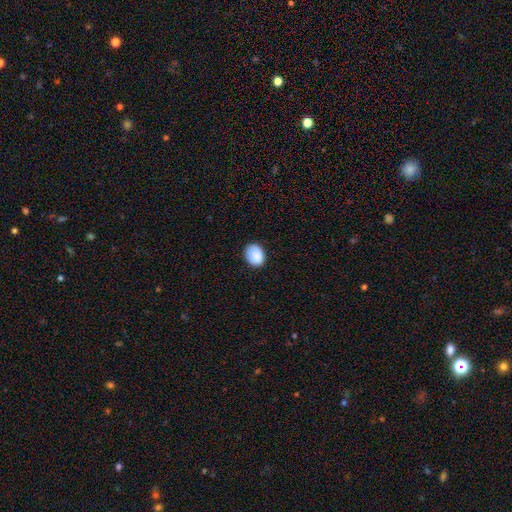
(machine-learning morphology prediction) Smooth or featured?
  - smooth: 89% *
  - star or artifact: 7%
  - featured or disk: 4%
How rounded?
  - in between: 61% *
  - round: 38%
  - cigar-shaped: 1%
Merging?
  - none: 82% *
  - minor disturbance: 14%
  - major disturbance: 2%
  - merger: 1%